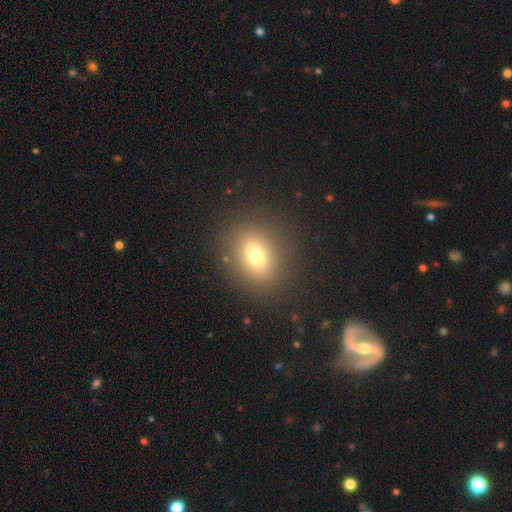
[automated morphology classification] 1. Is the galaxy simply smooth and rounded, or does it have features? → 73% smooth, 15% star or artifact, 12% featured or disk.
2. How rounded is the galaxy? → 50% in between, 48% round, 2% cigar-shaped.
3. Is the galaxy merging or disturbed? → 86% none, 8% minor disturbance, 4% major disturbance, 1% merger.